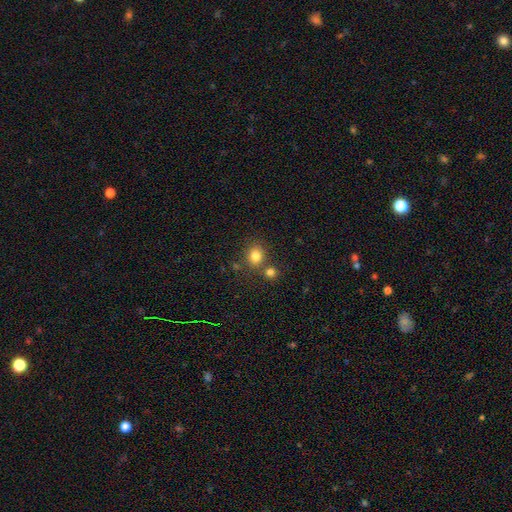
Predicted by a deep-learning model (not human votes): Smooth or featured: smooth — 82% (star or artifact — 12%)
How rounded: round — 69% (in between — 30%)
Merging: none — 67% (merger — 20%)